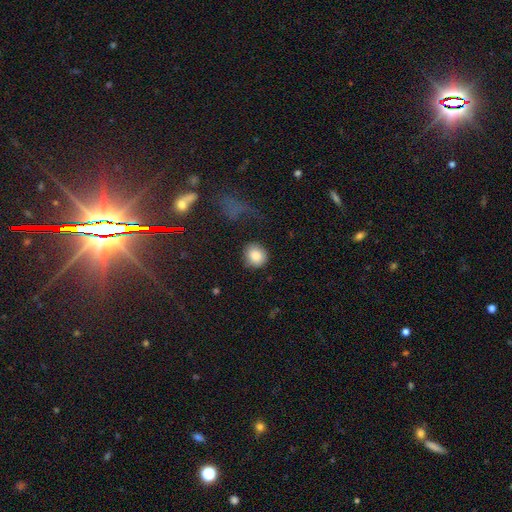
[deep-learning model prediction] Smooth or featured: smooth — 85% (star or artifact — 8%)
How rounded: round — 84% (in between — 15%)
Merging: none — 75% (minor disturbance — 15%)